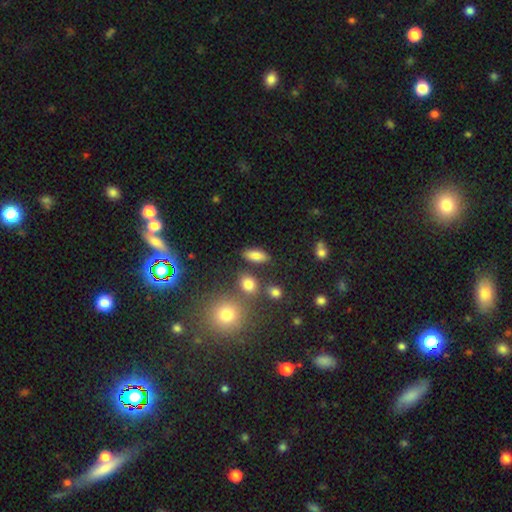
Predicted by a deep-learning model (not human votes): This is likely a smooth galaxy (78%). How rounded: likely in between (79%). Merging: clearly none (80%).